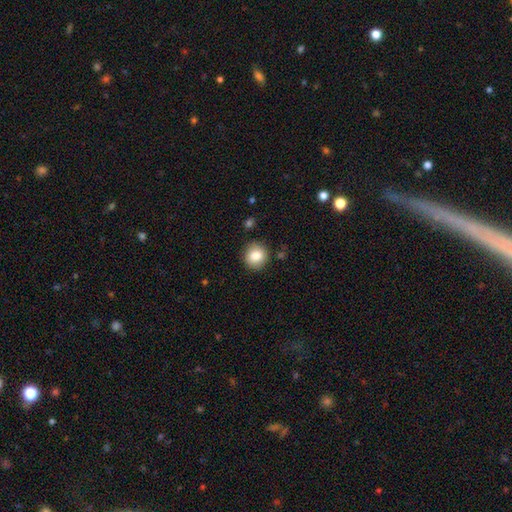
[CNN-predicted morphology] Overall: smooth (84%). How rounded: round (88%). Merging: none (87%).